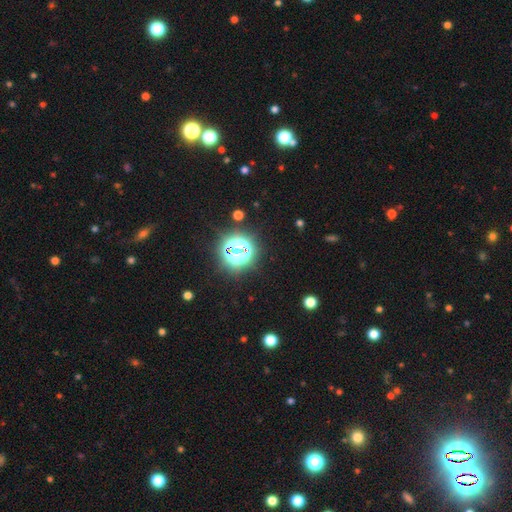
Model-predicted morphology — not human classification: This appears to be a star or artifact, not a galaxy (77%).